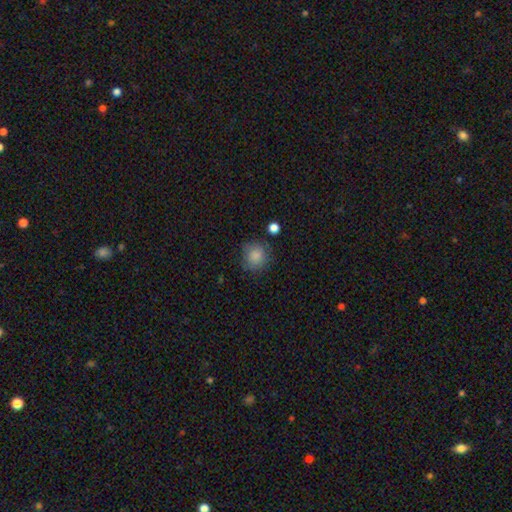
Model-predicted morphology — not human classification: Overall: smooth (84%). How rounded: round (87%). Merging: none (75%).